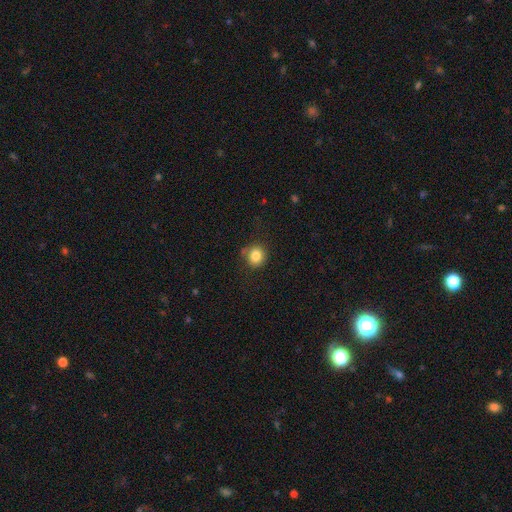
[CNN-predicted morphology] Smooth or featured? Predicted: smooth (p=0.84). How rounded? Predicted: round (p=0.82). Merging? Predicted: none (p=0.78).